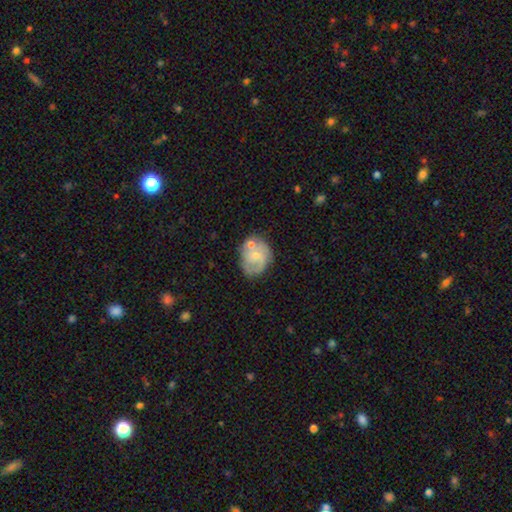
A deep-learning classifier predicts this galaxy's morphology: Smooth or featured? featured or disk (56%)
Edge-on disk? no (98%)
Bar? no (67%)
Spiral arms? yes (74%)
Bulge size? small (59%)
Merging? none (49%)